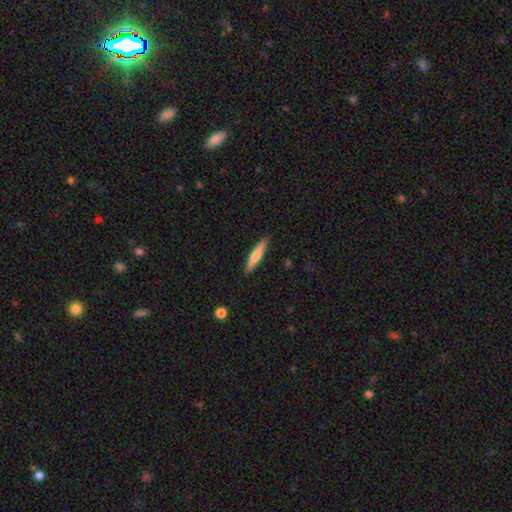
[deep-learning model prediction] This is likely a smooth galaxy (65%). How rounded: clearly cigar-shaped (88%). Merging: clearly none (90%).